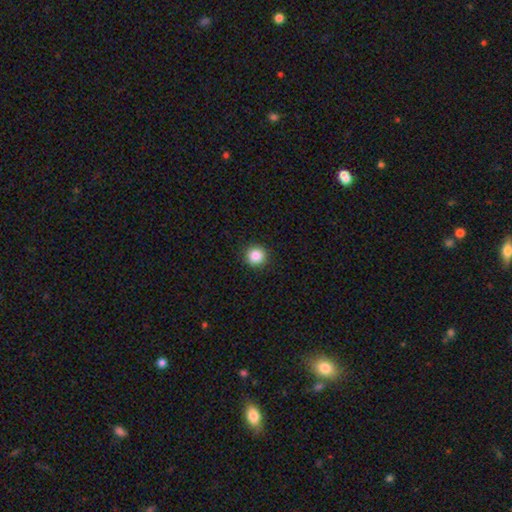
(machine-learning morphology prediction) type=smooth (86%); roundness=round (95%); merging=none (92%).